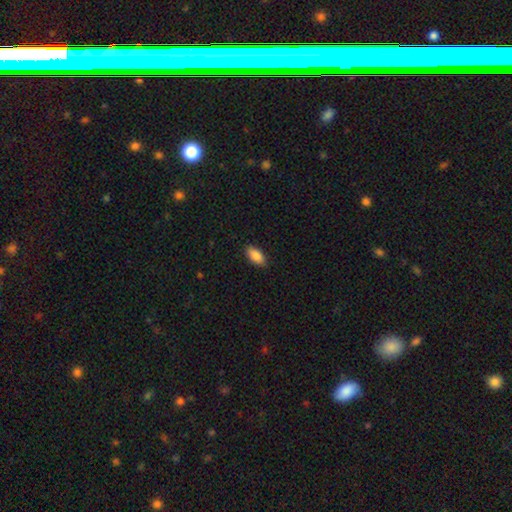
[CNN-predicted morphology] Smooth or featured? smooth (89%)
How rounded? in between (92%)
Merging? none (88%)